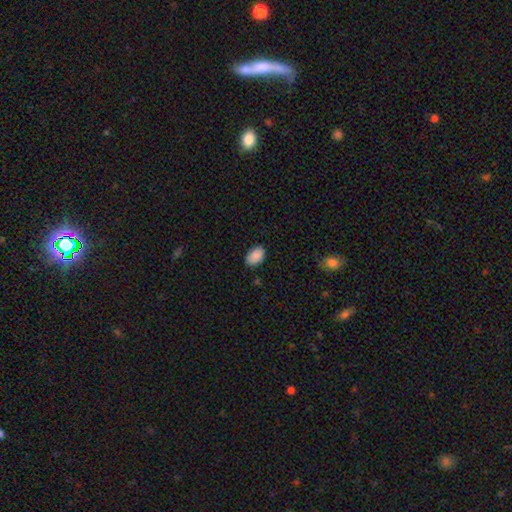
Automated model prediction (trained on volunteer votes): This appears to be a smooth galaxy with no disk features (89%) that is in between round and cigar-shaped (91%). Merging: none (83%).